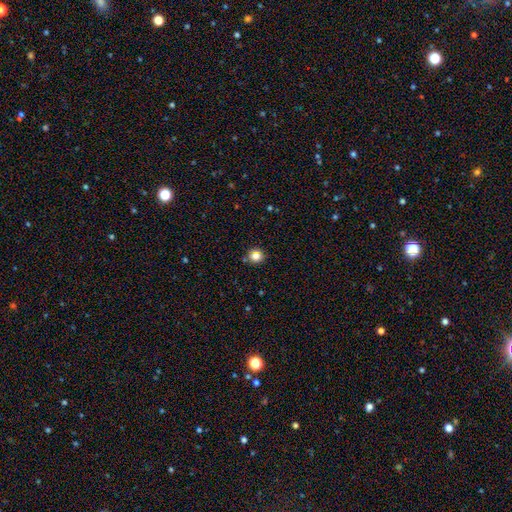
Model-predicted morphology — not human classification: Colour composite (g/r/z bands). It shows a smooth galaxy with no disk features (80%) that is round (83%). Merging: none (83%).